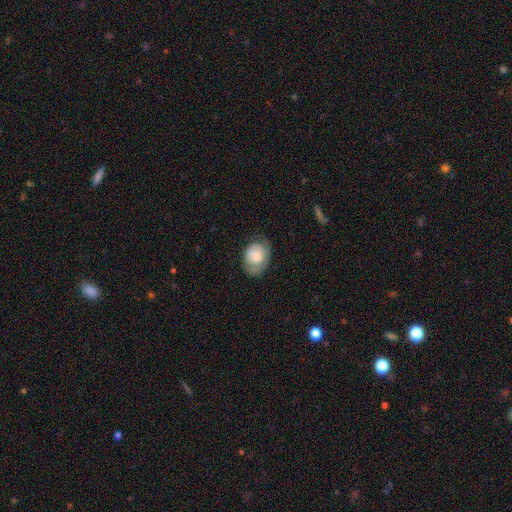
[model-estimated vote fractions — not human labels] smooth_or_featured: smooth (p=0.69) [alt: featured or disk p=0.24]
how_rounded: in between (p=0.68) [alt: round p=0.31]
merging: none (p=0.60) [alt: minor disturbance p=0.29]